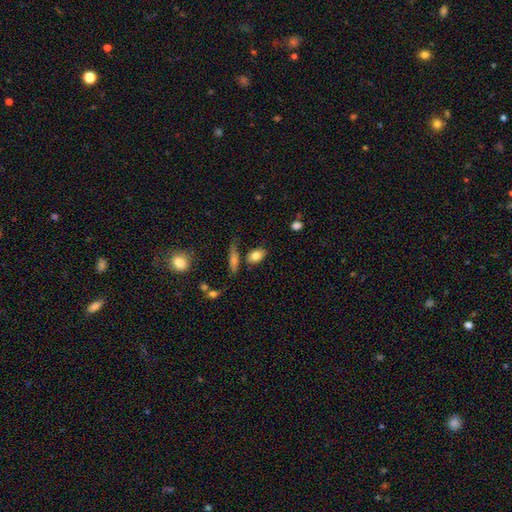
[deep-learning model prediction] Smooth or featured? Predicted: smooth (p=0.81). How rounded? Predicted: in between (p=0.80). Merging? Predicted: none (p=0.70).